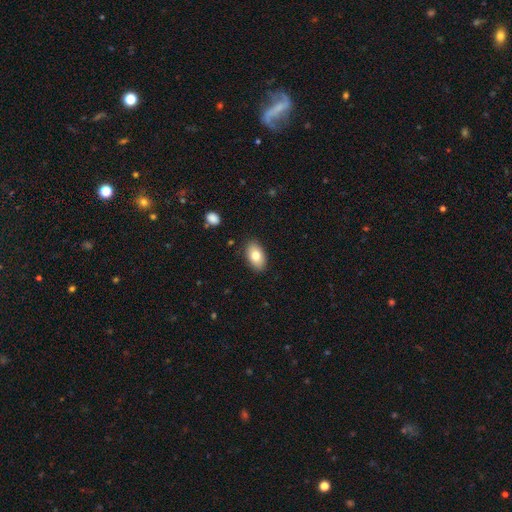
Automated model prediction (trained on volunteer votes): smooth_or_featured: smooth (p=0.79) [alt: featured or disk p=0.14]
how_rounded: in between (p=0.92) [alt: round p=0.07]
merging: none (p=0.87) [alt: minor disturbance p=0.10]